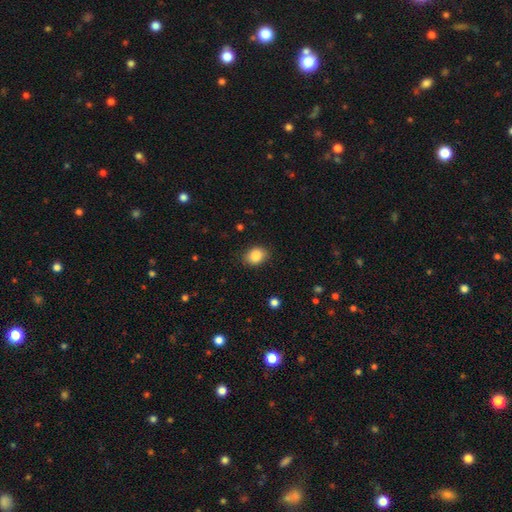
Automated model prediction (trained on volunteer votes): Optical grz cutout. It shows a smooth galaxy with no disk features (87%) that is in between round and cigar-shaped (60%). Merging: none (84%).